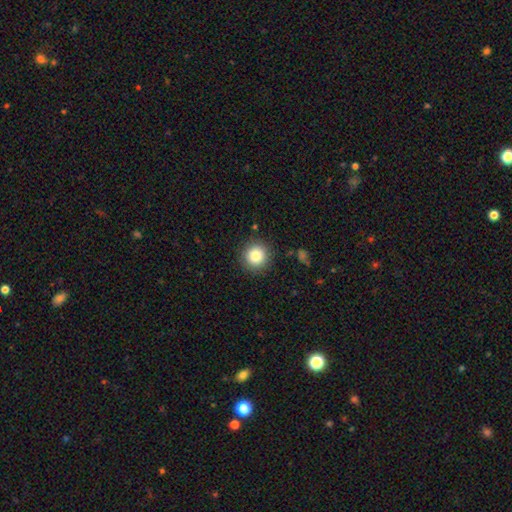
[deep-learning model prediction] smooth_or_featured: smooth (p=0.84) [alt: star or artifact p=0.10]
how_rounded: round (p=0.94) [alt: in between p=0.05]
merging: none (p=0.89) [alt: minor disturbance p=0.07]